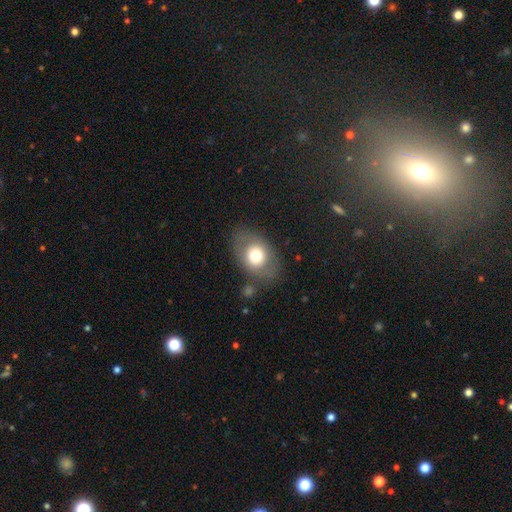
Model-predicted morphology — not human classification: type=smooth (67%); roundness=in between (69%); merging=none (74%).